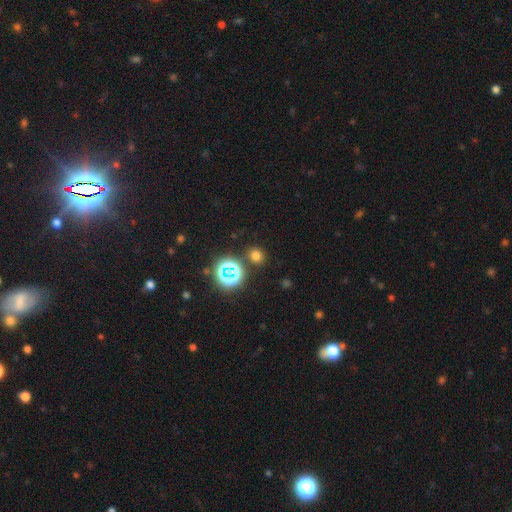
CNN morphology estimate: A smooth galaxy with no disk features (67%) that is round (77%). Merging: none (83%).